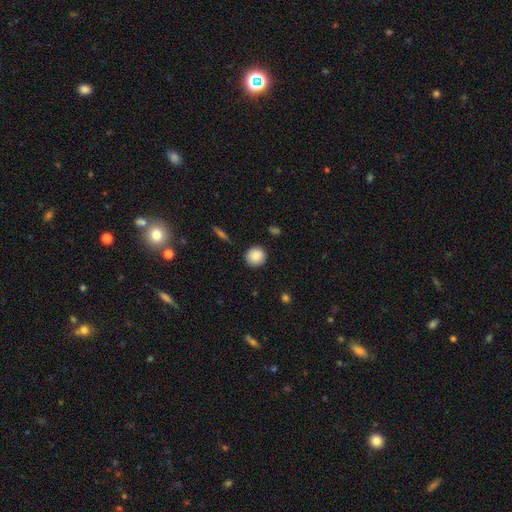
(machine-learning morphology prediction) A smooth galaxy with no disk features (88%) that is round (93%). Merging: none (90%).